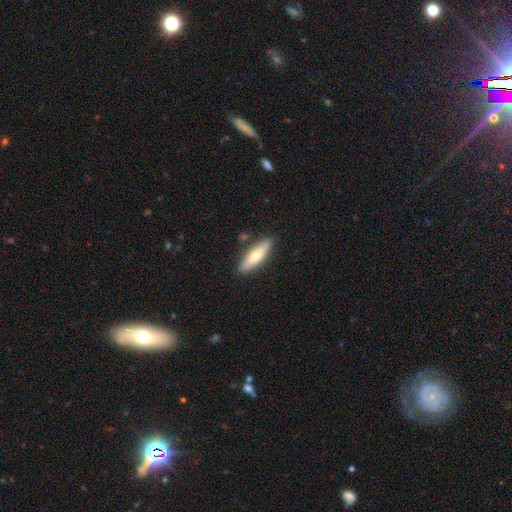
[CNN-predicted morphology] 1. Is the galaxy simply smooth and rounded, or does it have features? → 60% smooth, 34% featured or disk, 6% star or artifact.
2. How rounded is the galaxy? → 57% cigar-shaped, 41% in between, 2% round.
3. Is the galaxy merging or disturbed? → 84% none, 10% minor disturbance, 3% merger, 2% major disturbance.